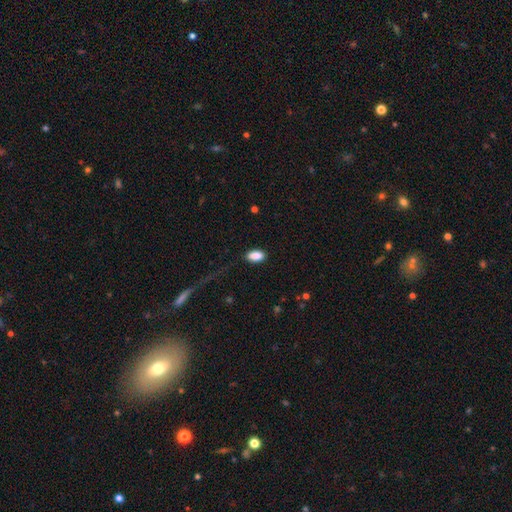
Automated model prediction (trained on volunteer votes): A smooth galaxy with no disk features (89%) that is in between round and cigar-shaped (93%). Merging: none (86%).